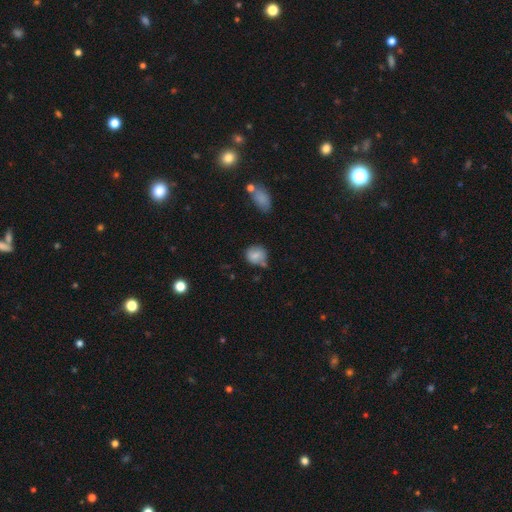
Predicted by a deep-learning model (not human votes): A smooth galaxy with no disk features (80%) that is round (73%).

Vote fractions:
- Smooth or featured? smooth: 80% / featured or disk: 11% / star or artifact: 9%
- How rounded? round: 73% / in between: 26% / cigar-shaped: 1%
- Merging? none: 55% / minor disturbance: 29% / merger: 9% / major disturbance: 7%